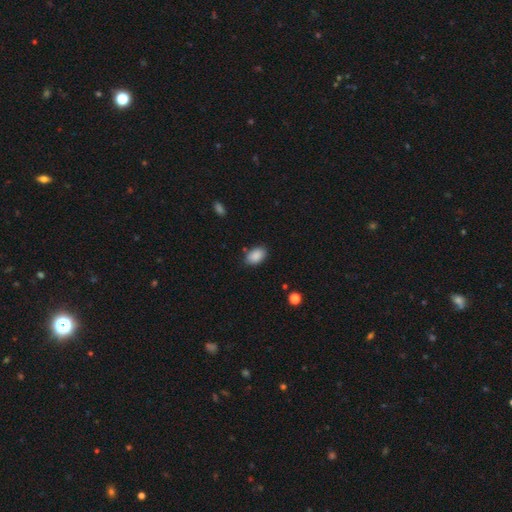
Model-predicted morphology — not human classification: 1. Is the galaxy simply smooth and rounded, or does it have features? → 89% smooth, 8% star or artifact, 4% featured or disk.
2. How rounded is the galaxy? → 90% in between, 9% round, 1% cigar-shaped.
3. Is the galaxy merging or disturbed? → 82% none, 13% minor disturbance, 3% major disturbance, 2% merger.